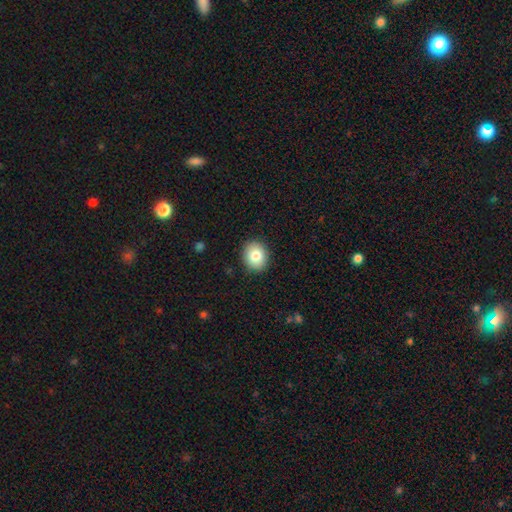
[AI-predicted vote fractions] Smooth or featured: smooth — 82% (featured or disk — 10%)
How rounded: round — 63% (in between — 36%)
Merging: none — 90% (minor disturbance — 7%)